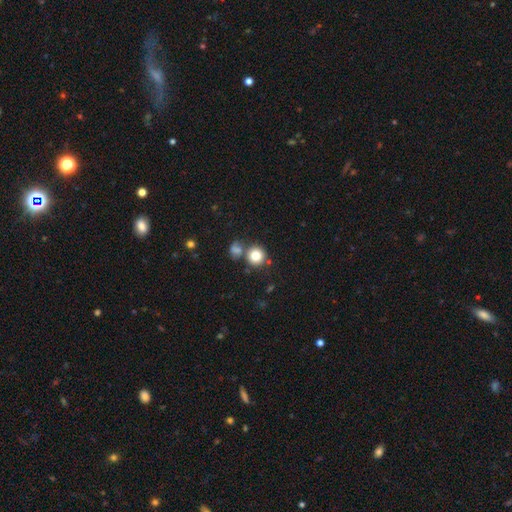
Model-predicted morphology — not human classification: Smooth or featured: smooth — 80% (star or artifact — 11%)
How rounded: round — 91% (in between — 8%)
Merging: none — 68% (merger — 20%)